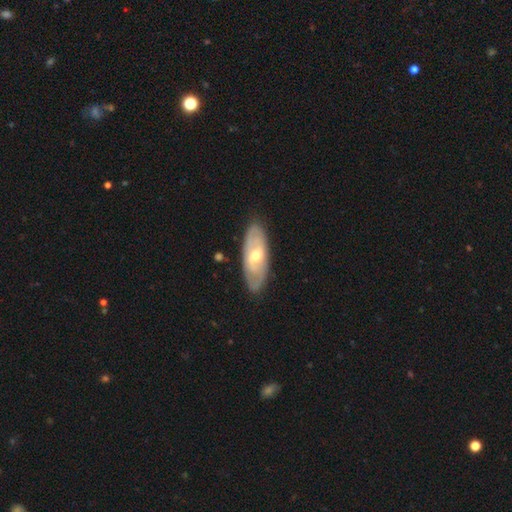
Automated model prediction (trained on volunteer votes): Smooth or featured? Predicted: featured or disk (p=0.64). Edge-on disk? Predicted: no (p=0.82). Bar? Predicted: no (p=0.57). Spiral arms? Predicted: yes (p=0.55). Bulge size? Predicted: moderate (p=0.67). Merging? Predicted: none (p=0.85).